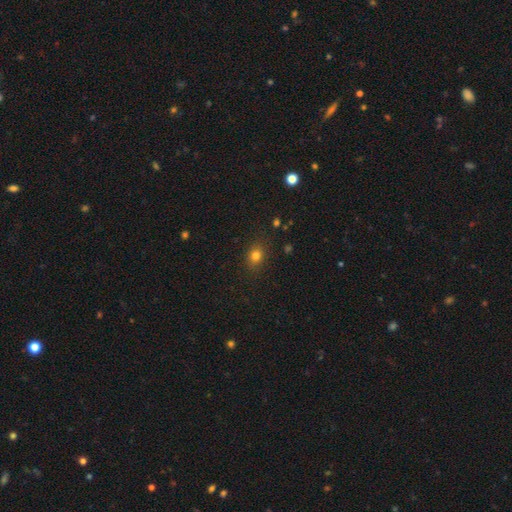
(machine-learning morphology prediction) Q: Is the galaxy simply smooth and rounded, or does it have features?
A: smooth — 79%.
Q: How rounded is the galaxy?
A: round — 51%.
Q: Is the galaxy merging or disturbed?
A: none — 85%.